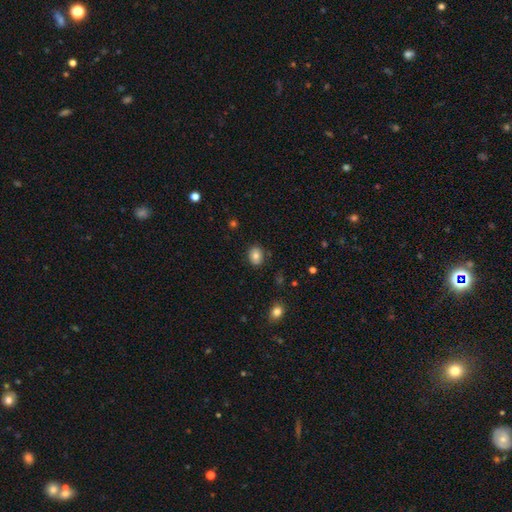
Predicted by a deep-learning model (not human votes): Smooth or featured: smooth — 79% (featured or disk — 11%)
How rounded: in between — 52% (round — 47%)
Merging: none — 84% (minor disturbance — 11%)